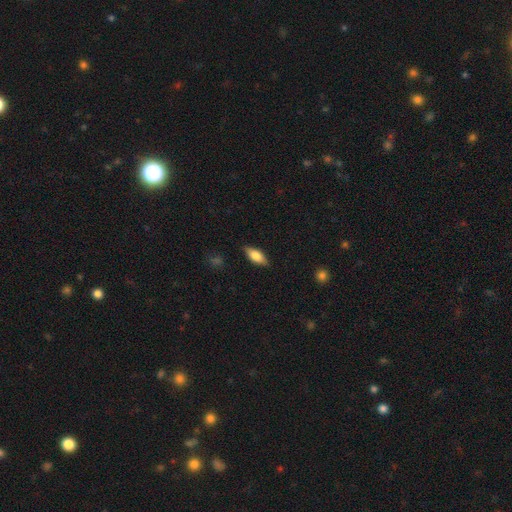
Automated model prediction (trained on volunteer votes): A smooth galaxy with no disk features (73%) that is in between round and cigar-shaped (78%).

Vote fractions:
- Smooth or featured? smooth: 73% / featured or disk: 20% / star or artifact: 7%
- How rounded? in between: 78% / cigar-shaped: 20% / round: 3%
- Merging? none: 84% / minor disturbance: 12% / major disturbance: 3% / merger: 1%